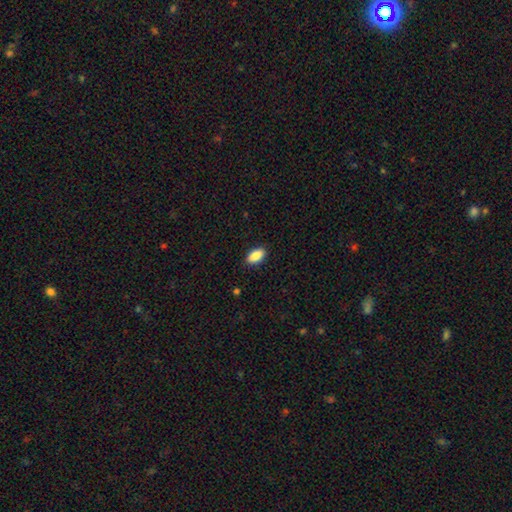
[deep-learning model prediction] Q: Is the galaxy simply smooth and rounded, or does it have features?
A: smooth — 87%.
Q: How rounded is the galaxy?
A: in between — 93%.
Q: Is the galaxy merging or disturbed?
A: none — 89%.